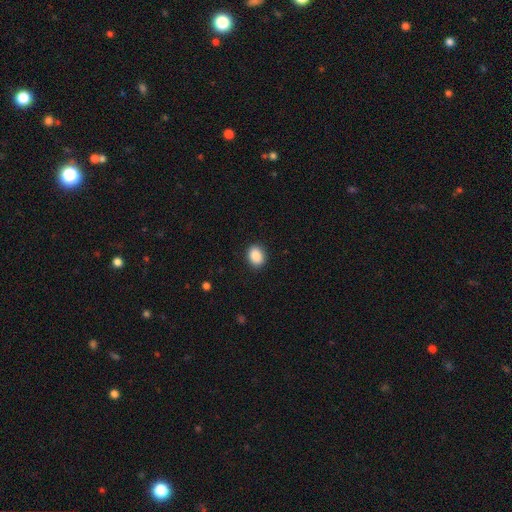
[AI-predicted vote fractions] Smooth or featured? Predicted: smooth (p=0.90). How rounded? Predicted: in between (p=0.66). Merging? Predicted: none (p=0.89).